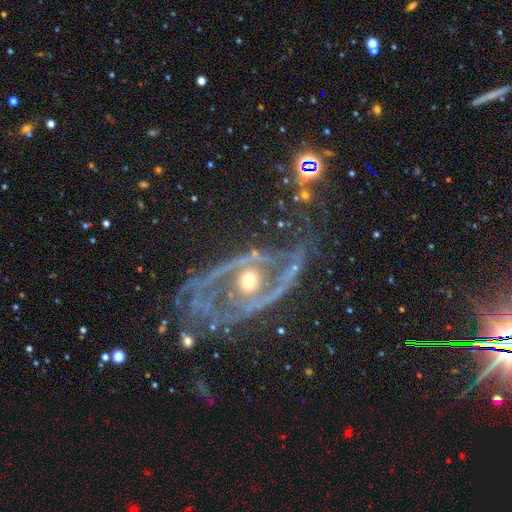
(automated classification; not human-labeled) Morphology: type=featured or disk (86%); edge-on=no (93%); bar=no (73%); spiral arms=yes (84%); winding=tight (42%); arm count=2 (57%); bulge=moderate (63%); merging=none (56%).